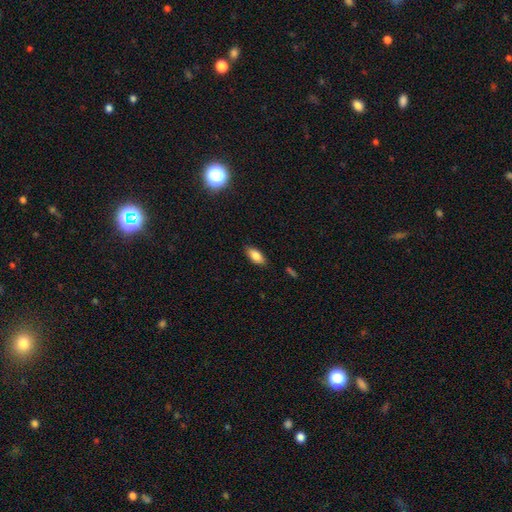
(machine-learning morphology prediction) type=smooth (83%); roundness=in between (86%); merging=none (85%).